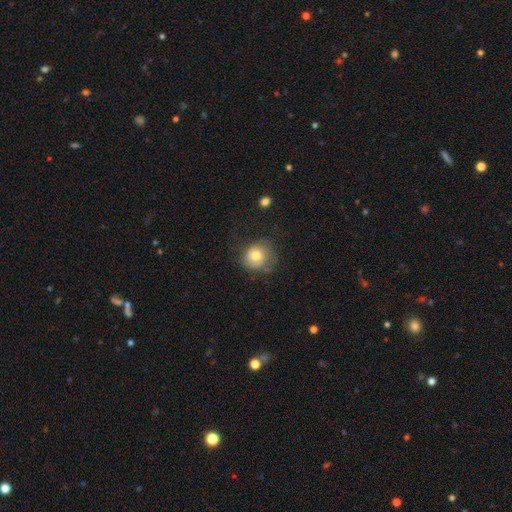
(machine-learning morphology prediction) type=smooth (67%); roundness=round (81%); merging=none (58%).